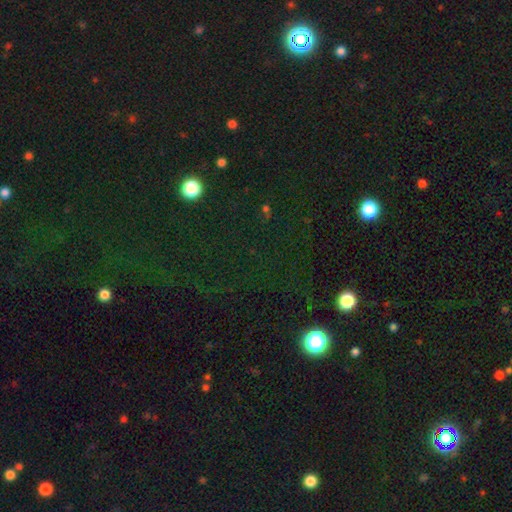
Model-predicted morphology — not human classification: Overall: star or artifact (70%).